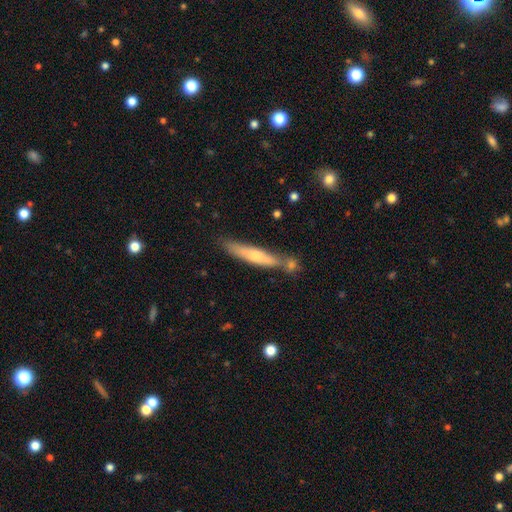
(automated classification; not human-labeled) Smooth or featured? Predicted: smooth (p=0.53). How rounded? Predicted: cigar-shaped (p=0.89). Merging? Predicted: none (p=0.66).